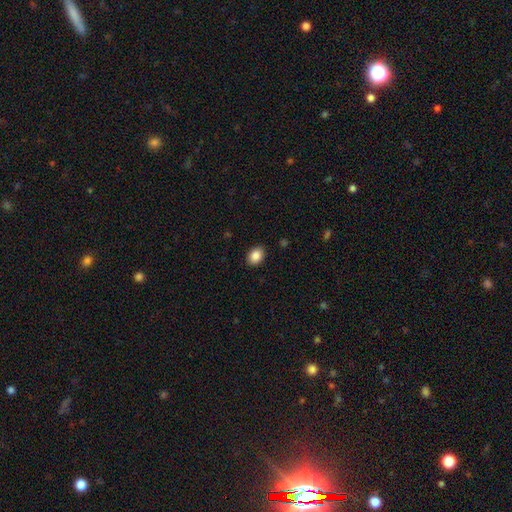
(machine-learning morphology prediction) Overall: smooth (87%). How rounded: in between (73%). Merging: none (89%).